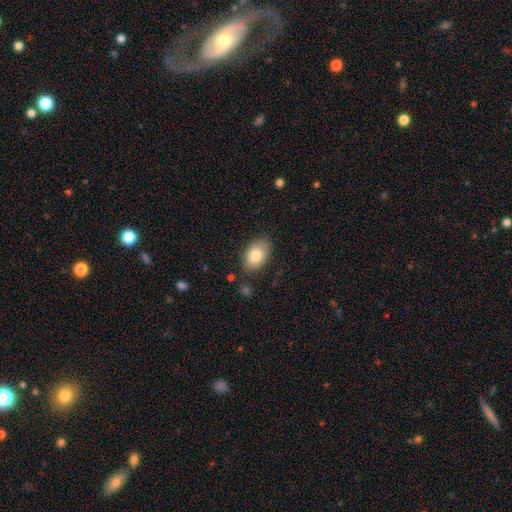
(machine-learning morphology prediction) Smooth or featured? smooth (81%)
How rounded? in between (90%)
Merging? none (81%)